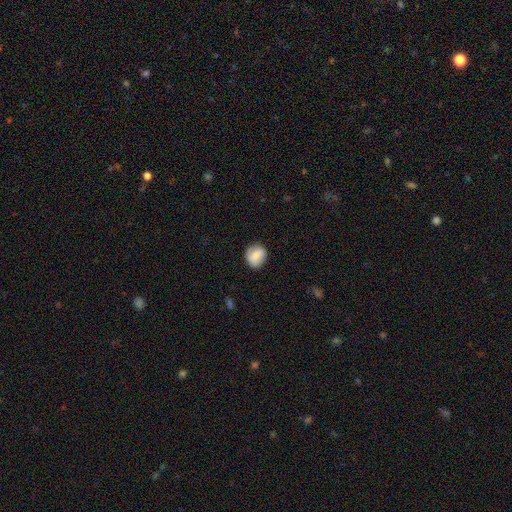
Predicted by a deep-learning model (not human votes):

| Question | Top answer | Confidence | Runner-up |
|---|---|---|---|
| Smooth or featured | smooth | 73% | featured or disk (20%) |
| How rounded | round | 72% | in between (26%) |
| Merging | none | 78% | minor disturbance (16%) |